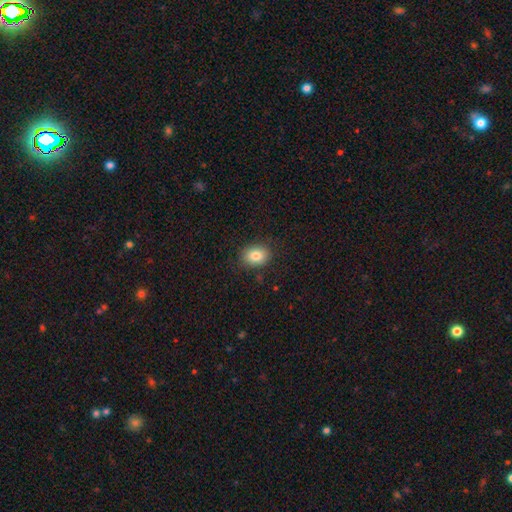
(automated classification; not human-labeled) Morphology: type=smooth (83%); roundness=in between (61%); merging=none (85%).